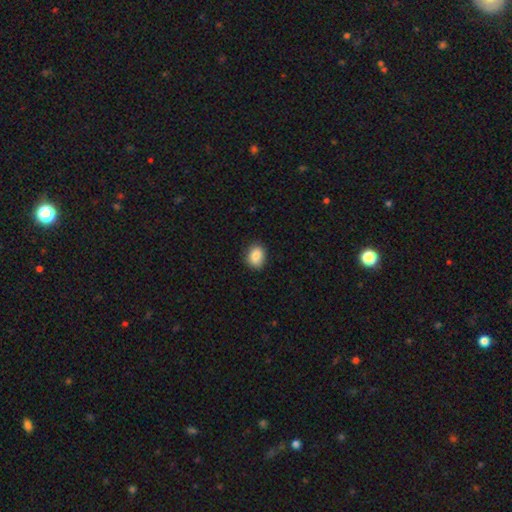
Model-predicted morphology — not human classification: smooth 86%, star or artifact 9%, featured or disk 5%. Down the decision tree: how rounded — in between (58%); merging — none (84%).